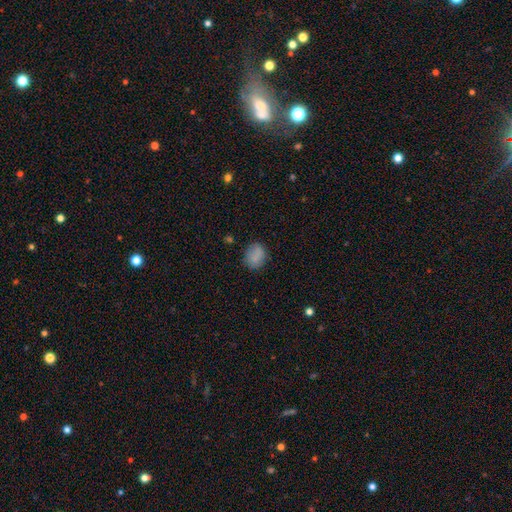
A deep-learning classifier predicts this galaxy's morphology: Smooth or featured? smooth (85%)
How rounded? round (55%)
Merging? none (81%)